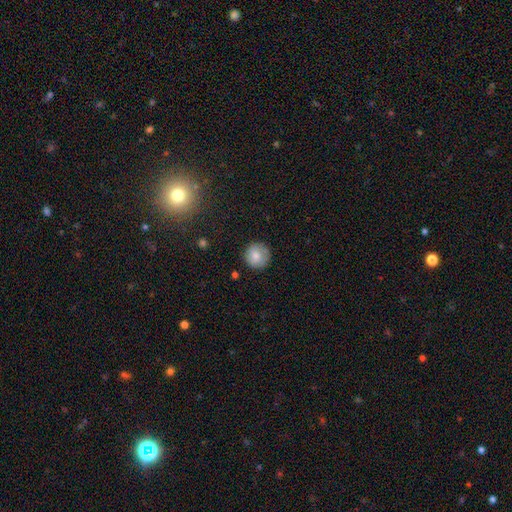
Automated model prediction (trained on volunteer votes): Smooth or featured? smooth (78%)
How rounded? round (93%)
Merging? none (85%)